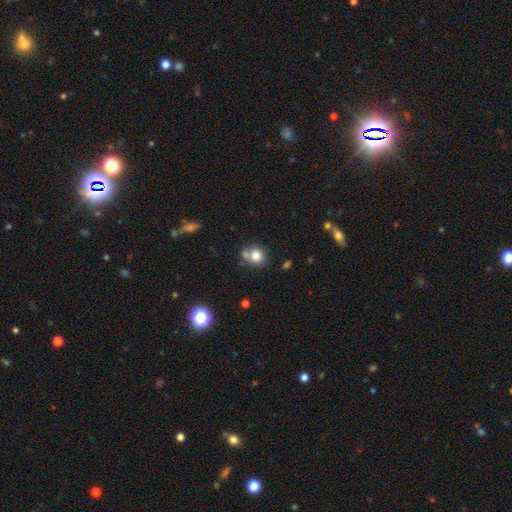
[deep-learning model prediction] Smooth or featured: smooth — 80% (star or artifact — 11%)
How rounded: round — 79% (in between — 20%)
Merging: none — 55% (merger — 26%)